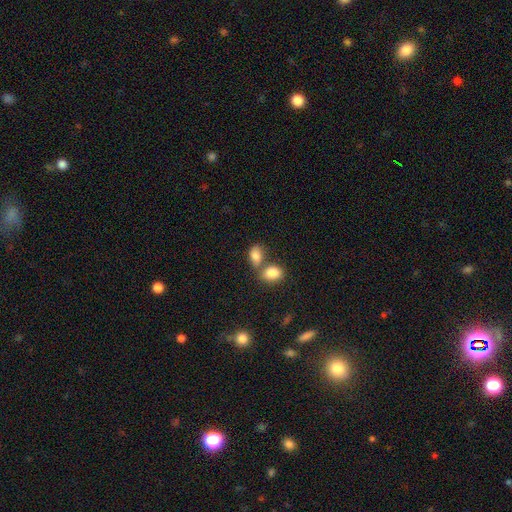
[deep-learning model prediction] A smooth galaxy with no disk features (83%) that is in between round and cigar-shaped (82%). Merging: merger (49%).